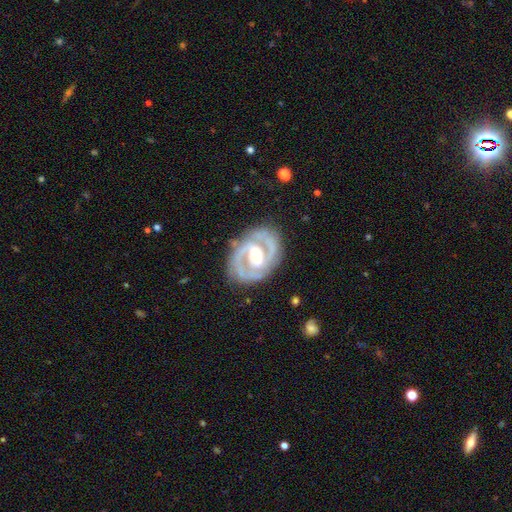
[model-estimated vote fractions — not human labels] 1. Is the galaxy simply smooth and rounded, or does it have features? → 91% featured or disk, 5% smooth, 4% star or artifact.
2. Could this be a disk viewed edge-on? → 97% no, 3% yes.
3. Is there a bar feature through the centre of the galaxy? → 42% weak, 35% strong, 22% no.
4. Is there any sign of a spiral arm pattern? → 95% yes, 5% no.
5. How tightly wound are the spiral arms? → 47% medium, 45% tight, 8% loose.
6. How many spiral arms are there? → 90% 2, 3% can't tell, 3% 3, 1% 1, 1% 4, 1% more than 4.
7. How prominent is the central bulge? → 71% moderate, 17% large, 10% small, 1% dominant, 1% none.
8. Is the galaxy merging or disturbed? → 81% none, 13% minor disturbance, 4% major disturbance, 1% merger.